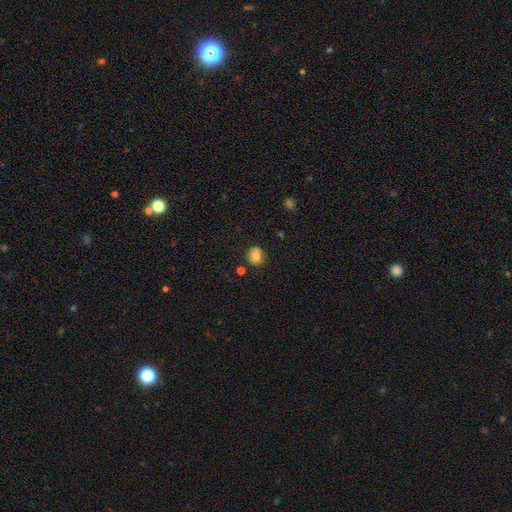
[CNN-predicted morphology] Overall: smooth (79%). How rounded: round (80%). Merging: none (77%).